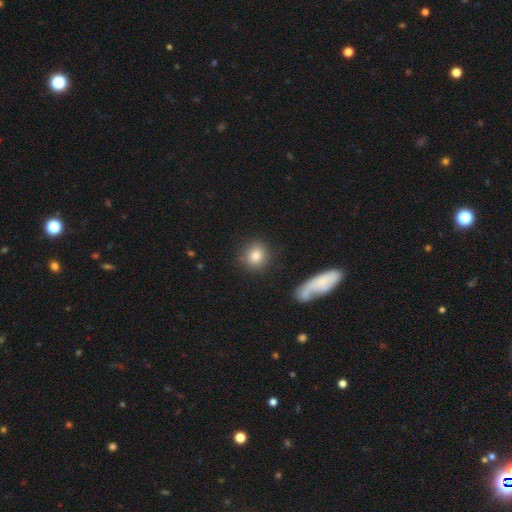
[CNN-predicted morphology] Q: Smooth or featured?
A: smooth (84%); runner-up: star or artifact (9%)
Q: How rounded?
A: round (86%); runner-up: in between (13%)
Q: Merging?
A: none (83%); runner-up: minor disturbance (9%)